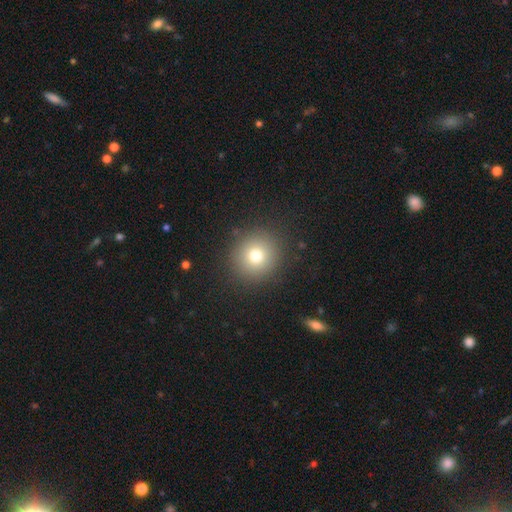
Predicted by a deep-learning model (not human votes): This is likely a smooth galaxy (75%). How rounded: clearly round (91%). Merging: clearly none (89%).